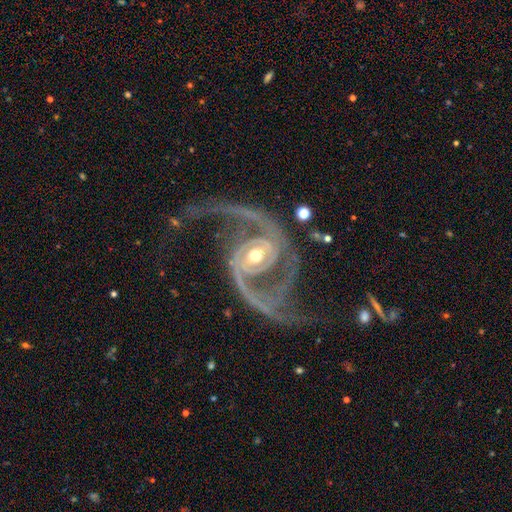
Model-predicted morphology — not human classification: Smooth or featured: featured or disk — 93% (star or artifact — 4%)
Edge-on disk: no — 98% (yes — 2%)
Bar: no — 38% (weak — 36%)
Spiral arms: yes — 98% (no — 2%)
Spiral winding: medium — 45% (loose — 39%)
Spiral arm count: 2 — 87% (3 — 4%)
Bulge size: moderate — 68% (small — 23%)
Merging: none — 53% (major disturbance — 27%)